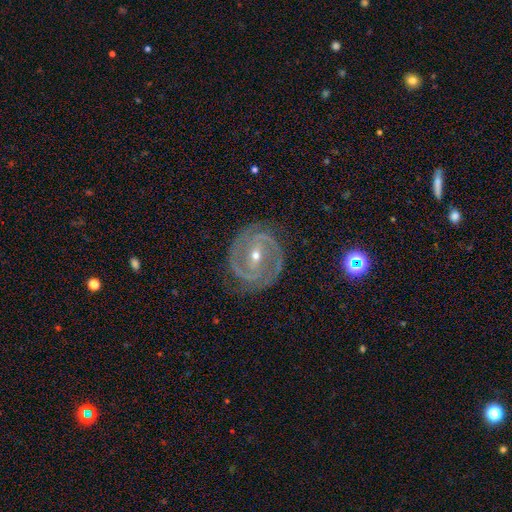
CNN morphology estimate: featured or disk 91%, star or artifact 5%, smooth 4%. Down the decision tree: edge-on disk — no (97%); bar — strong (45%); spiral arms — yes (98%); spiral arm count — 2 (80%); spiral winding — tight (61%); bulge size — small (56%); merging — none (82%).